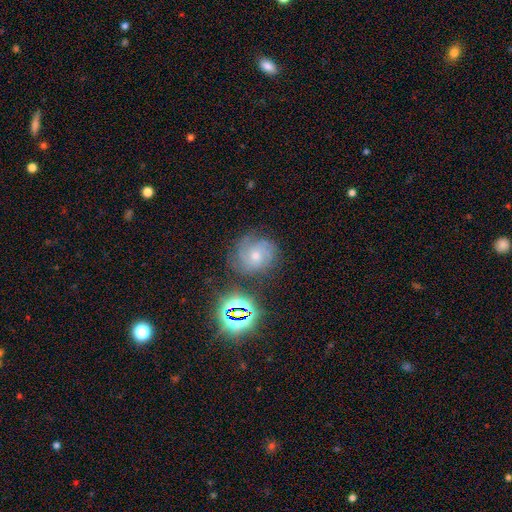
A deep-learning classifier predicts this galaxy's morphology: This appears to be a featured or disk galaxy (52%) with no bar (77%), spiral arms (85%) and a moderate central bulge (54%). Merging: none (68%).